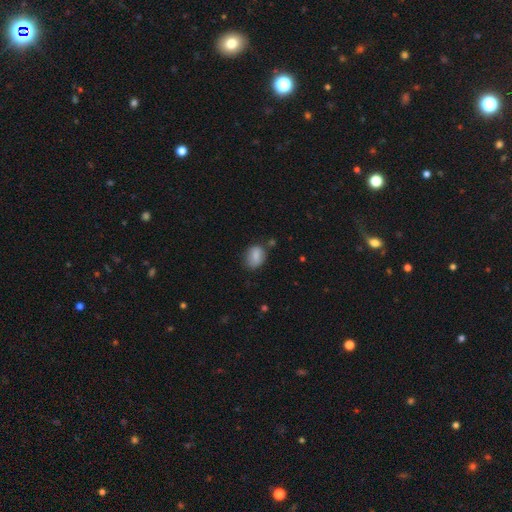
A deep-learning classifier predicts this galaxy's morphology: Smooth or featured? Predicted: smooth (p=0.82). How rounded? Predicted: in between (p=0.69). Merging? Predicted: none (p=0.65).